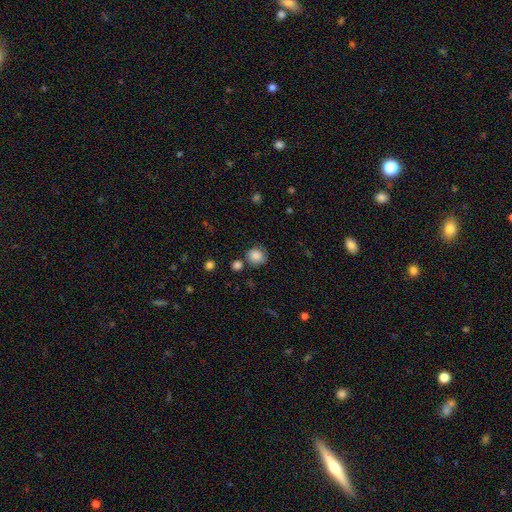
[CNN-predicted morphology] The model was most divided on "merging": none: 68%, minor disturbance: 18%, merger: 8%, major disturbance: 6%. More confident: how rounded — round (86%); smooth or featured — smooth (82%).